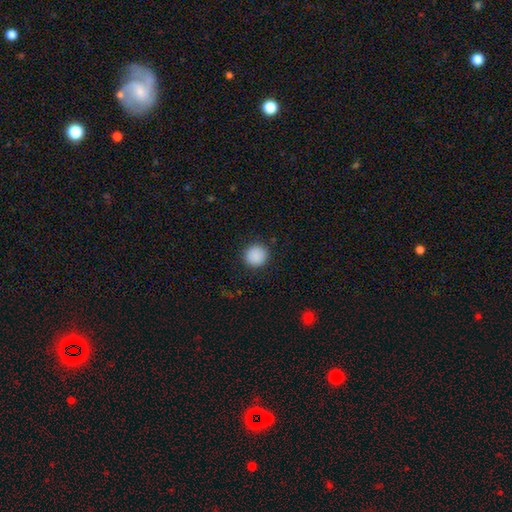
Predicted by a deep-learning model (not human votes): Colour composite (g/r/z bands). It shows a smooth galaxy with no disk features (90%) that is round (94%). Merging: none (91%).